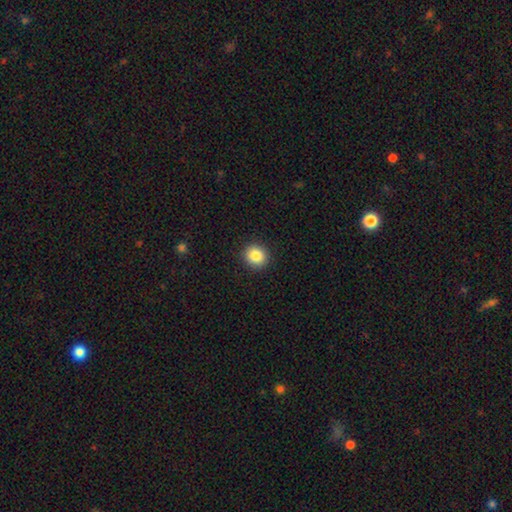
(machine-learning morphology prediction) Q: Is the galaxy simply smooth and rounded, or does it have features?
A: smooth — 86%.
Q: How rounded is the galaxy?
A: round — 85%.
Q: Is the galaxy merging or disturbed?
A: none — 92%.